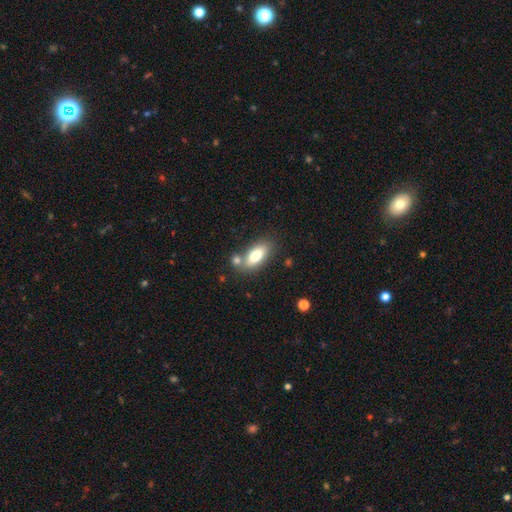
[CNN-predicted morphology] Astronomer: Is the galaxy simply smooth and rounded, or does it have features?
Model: smooth — 76%.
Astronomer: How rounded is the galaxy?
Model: in between — 84%.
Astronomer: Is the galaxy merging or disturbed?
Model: none — 65%.